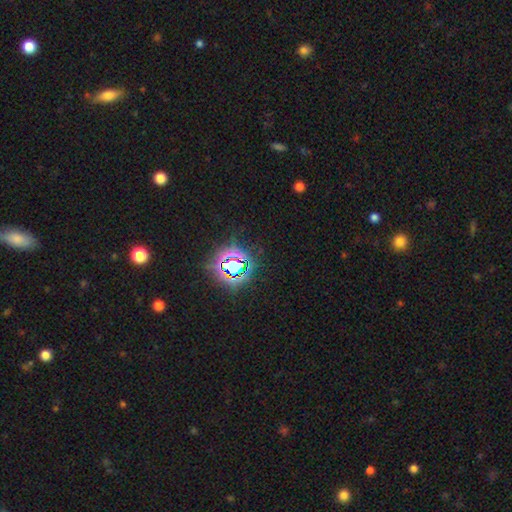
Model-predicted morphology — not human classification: Smooth or featured: star or artifact — 79% (smooth — 14%)